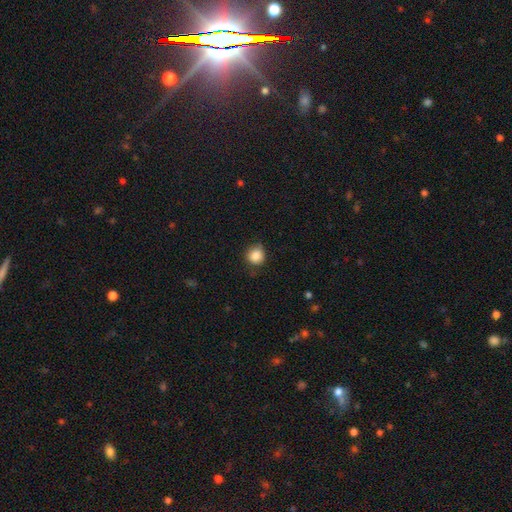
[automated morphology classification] Smooth or featured: smooth — 87% (star or artifact — 10%)
How rounded: round — 87% (in between — 12%)
Merging: none — 77% (minor disturbance — 18%)